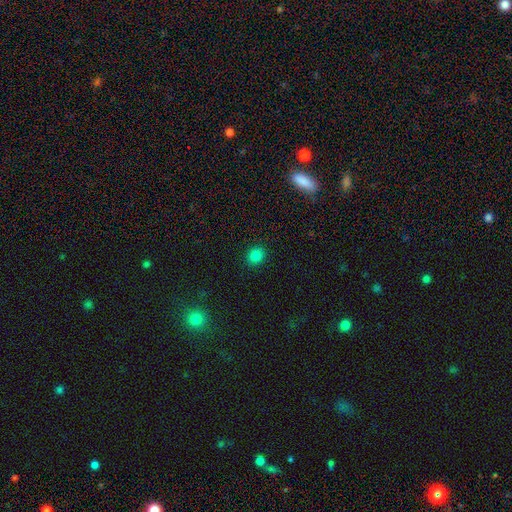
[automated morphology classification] This appears to be a smooth galaxy with no disk features (83%) that is round (67%). Merging: none (90%).